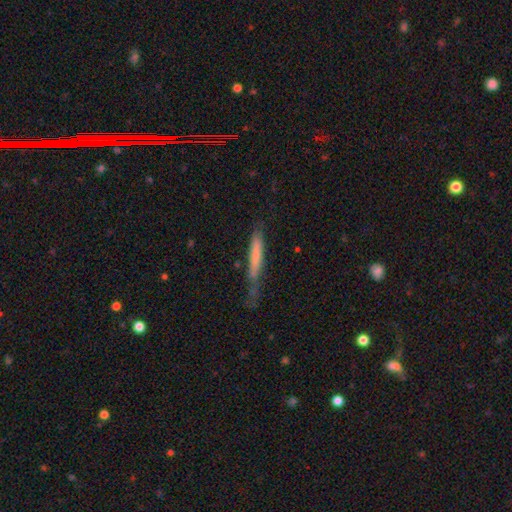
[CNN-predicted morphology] type=smooth (60%); roundness=cigar-shaped (94%); merging=none (56%).